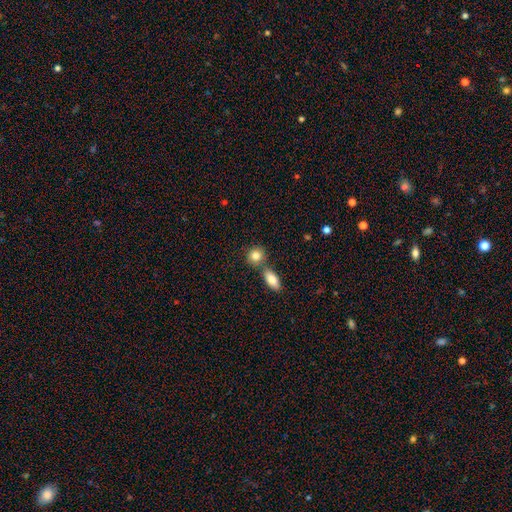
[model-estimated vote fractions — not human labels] A smooth galaxy with no disk features (83%) that is round (70%). Merging: none (56%).